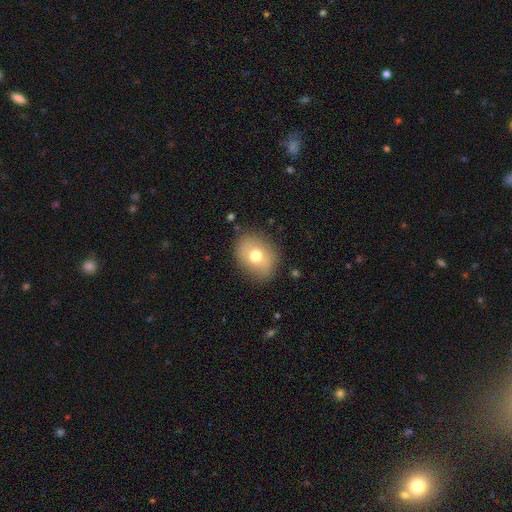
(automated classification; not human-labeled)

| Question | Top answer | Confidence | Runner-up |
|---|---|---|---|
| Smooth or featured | smooth | 70% | featured or disk (21%) |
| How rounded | in between | 61% | round (38%) |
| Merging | none | 82% | minor disturbance (12%) |